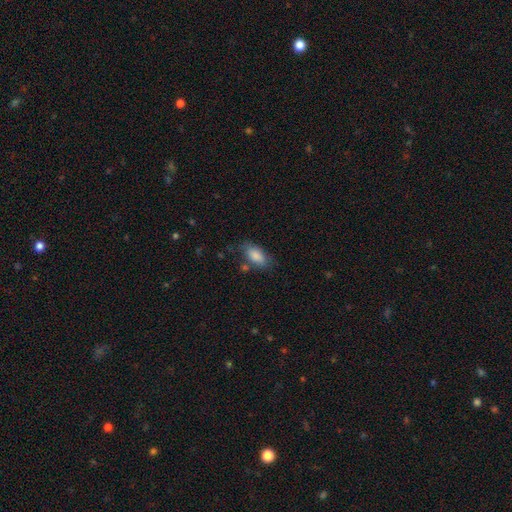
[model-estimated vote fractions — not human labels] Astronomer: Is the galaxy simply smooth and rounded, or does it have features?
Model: smooth — 84%.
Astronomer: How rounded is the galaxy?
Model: in between — 87%.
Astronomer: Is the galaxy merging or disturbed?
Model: none — 64%.